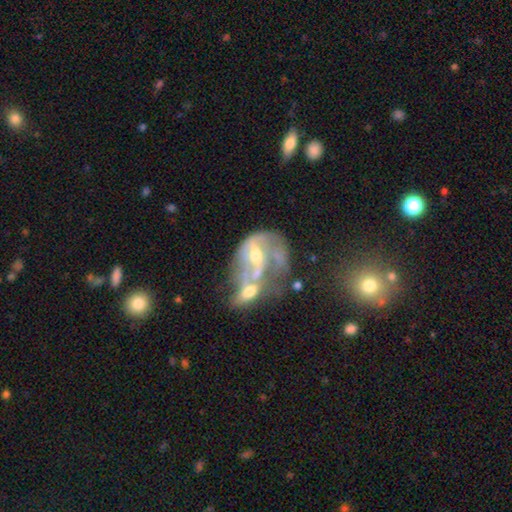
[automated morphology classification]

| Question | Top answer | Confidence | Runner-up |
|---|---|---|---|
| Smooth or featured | featured or disk | 71% | smooth (19%) |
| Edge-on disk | no | 96% | yes (4%) |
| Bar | no | 52% | weak (31%) |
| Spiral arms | no | 52% | yes (48%) |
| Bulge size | moderate | 58% | small (30%) |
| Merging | merger | 57% | major disturbance (20%) |